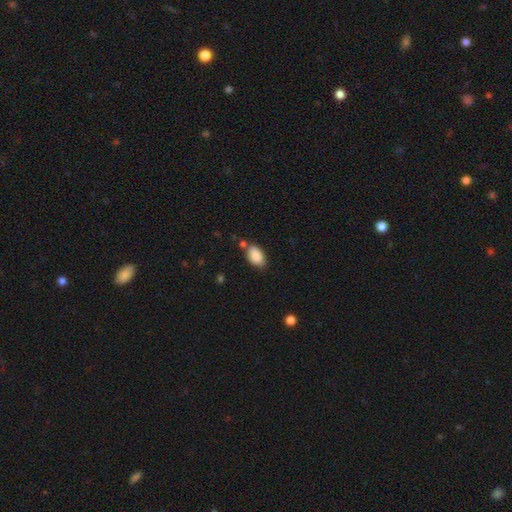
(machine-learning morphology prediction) type=smooth (89%); roundness=in between (92%); merging=none (72%).